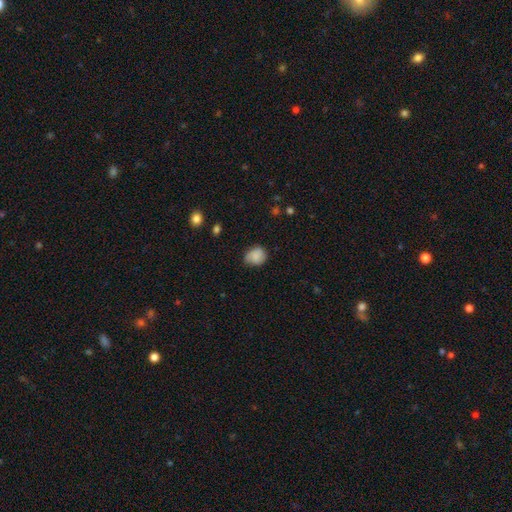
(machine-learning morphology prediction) A smooth galaxy with no disk features (79%) that is round (58%).

Vote fractions:
- Smooth or featured? smooth: 79% / featured or disk: 12% / star or artifact: 8%
- How rounded? round: 58% / in between: 41% / cigar-shaped: 1%
- Merging? none: 60% / minor disturbance: 31% / major disturbance: 7% / merger: 2%